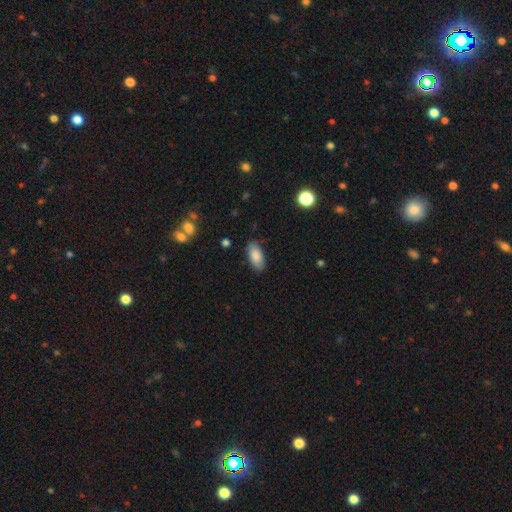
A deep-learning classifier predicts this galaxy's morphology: A smooth galaxy with no disk features (85%) that is in between round and cigar-shaped (91%).

Vote fractions:
- Smooth or featured? smooth: 85% / featured or disk: 9% / star or artifact: 7%
- How rounded? in between: 91% / cigar-shaped: 7% / round: 3%
- Merging? none: 82% / minor disturbance: 14% / major disturbance: 3% / merger: 1%